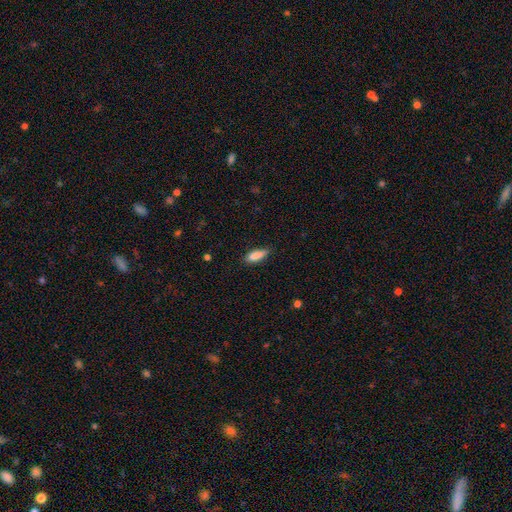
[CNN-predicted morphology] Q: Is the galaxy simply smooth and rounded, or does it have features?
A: smooth — 85%.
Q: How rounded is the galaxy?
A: in between — 62%.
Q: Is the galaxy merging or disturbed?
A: none — 77%.